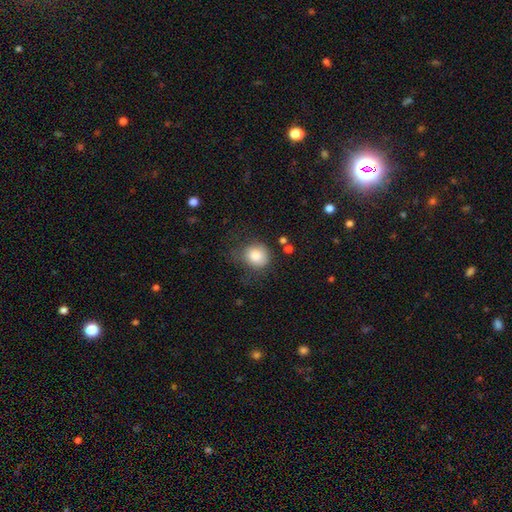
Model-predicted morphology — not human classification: type=smooth (83%); roundness=round (77%); merging=none (59%).